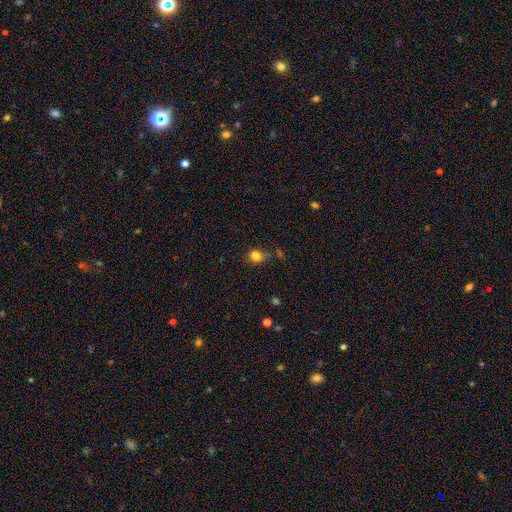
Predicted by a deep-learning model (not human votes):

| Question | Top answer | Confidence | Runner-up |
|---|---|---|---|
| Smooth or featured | smooth | 80% | star or artifact (13%) |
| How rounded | in between | 52% | round (47%) |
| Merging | none | 59% | minor disturbance (24%) |